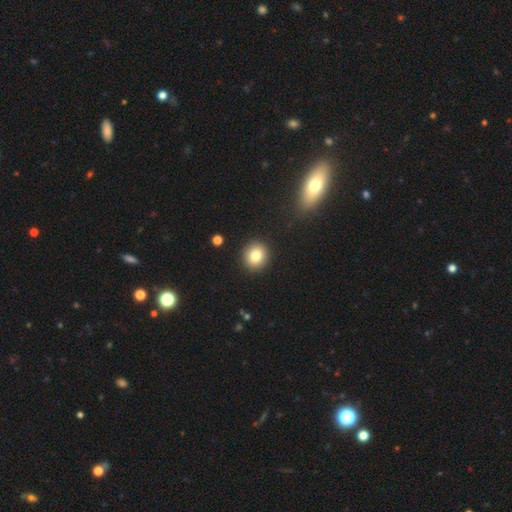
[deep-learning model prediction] Morphology: type=smooth (81%); roundness=round (85%); merging=none (91%).